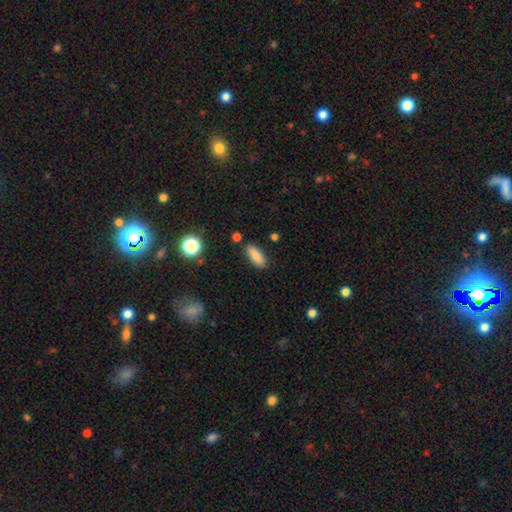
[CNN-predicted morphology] A smooth galaxy with no disk features (85%) that is in between round and cigar-shaped (77%).

Vote fractions:
- Smooth or featured? smooth: 85% / star or artifact: 8% / featured or disk: 7%
- How rounded? in between: 77% / cigar-shaped: 20% / round: 3%
- Merging? none: 84% / minor disturbance: 11% / merger: 3% / major disturbance: 3%